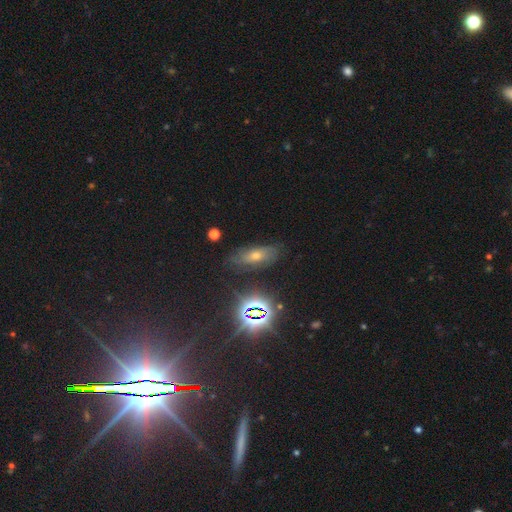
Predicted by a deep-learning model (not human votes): Smooth or featured? Predicted: star or artifact (p=0.39).